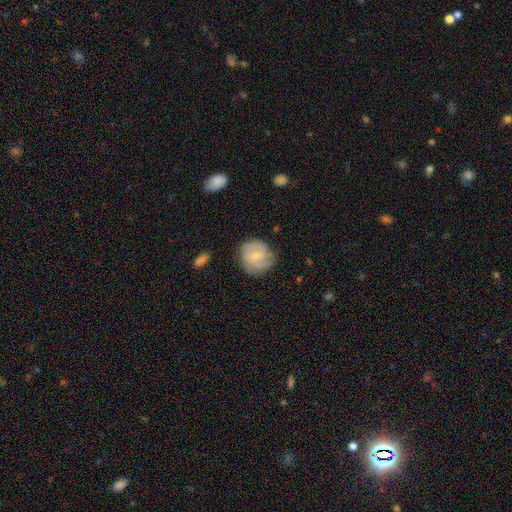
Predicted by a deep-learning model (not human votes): smooth_or_featured: featured or disk (p=0.49) [alt: smooth p=0.45]
merging: none (p=0.71) [alt: minor disturbance p=0.20]